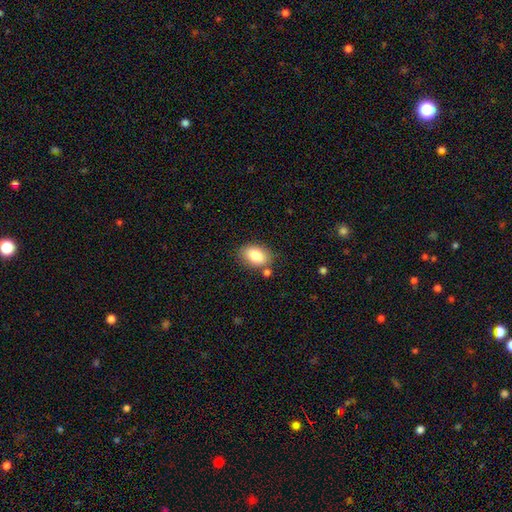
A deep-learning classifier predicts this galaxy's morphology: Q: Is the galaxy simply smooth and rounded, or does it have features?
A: smooth — 83%.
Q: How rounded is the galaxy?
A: in between — 87%.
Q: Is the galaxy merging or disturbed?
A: none — 77%.